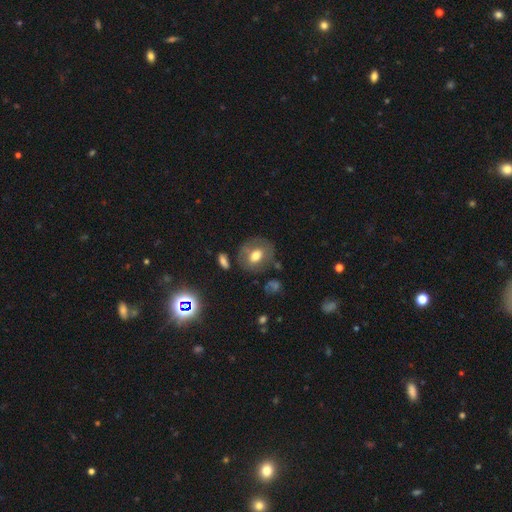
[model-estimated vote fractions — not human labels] Smooth or featured? Predicted: smooth (p=0.56). How rounded? Predicted: round (p=0.57). Merging? Predicted: none (p=0.69).